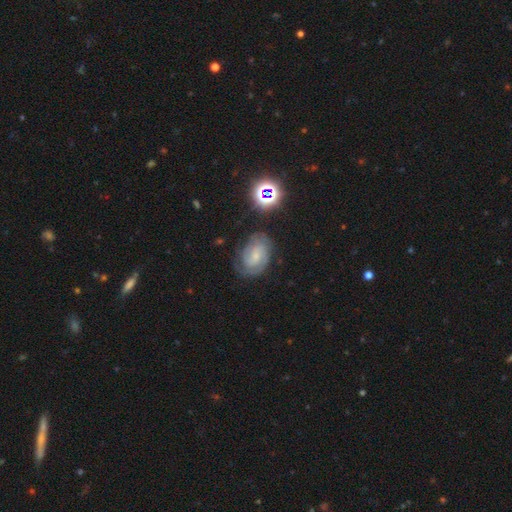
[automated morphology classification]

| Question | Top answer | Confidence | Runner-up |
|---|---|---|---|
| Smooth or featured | featured or disk | 78% | smooth (13%) |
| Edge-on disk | no | 97% | yes (3%) |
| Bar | no | 49% | weak (42%) |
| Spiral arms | yes | 96% | no (4%) |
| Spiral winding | tight | 63% | medium (31%) |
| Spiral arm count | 2 | 50% | can't tell (24%) |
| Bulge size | small | 70% | moderate (20%) |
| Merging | none | 72% | minor disturbance (19%) |